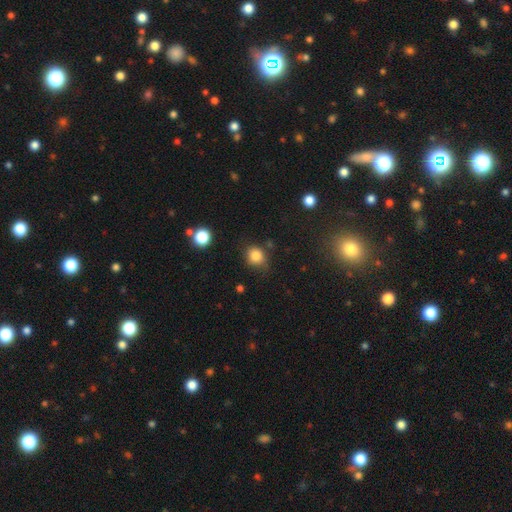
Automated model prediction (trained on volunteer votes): smooth-or-featured: smooth: 84% | star or artifact: 11% | featured or disk: 5%
  how-rounded: round: 79% | in between: 20% | cigar-shaped: 1%
  merging: none: 71% | minor disturbance: 20% | major disturbance: 5% | merger: 3%